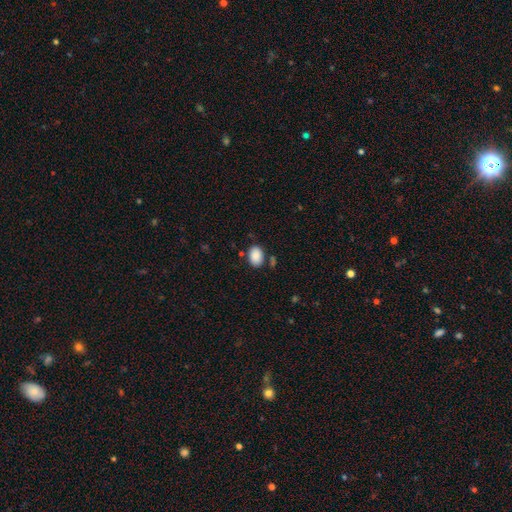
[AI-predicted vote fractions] A smooth galaxy with no disk features (89%) that is in between round and cigar-shaped (81%).

Vote fractions:
- Smooth or featured? smooth: 89% / star or artifact: 7% / featured or disk: 4%
- How rounded? in between: 81% / round: 18% / cigar-shaped: 1%
- Merging? none: 79% / minor disturbance: 12% / merger: 5% / major disturbance: 3%